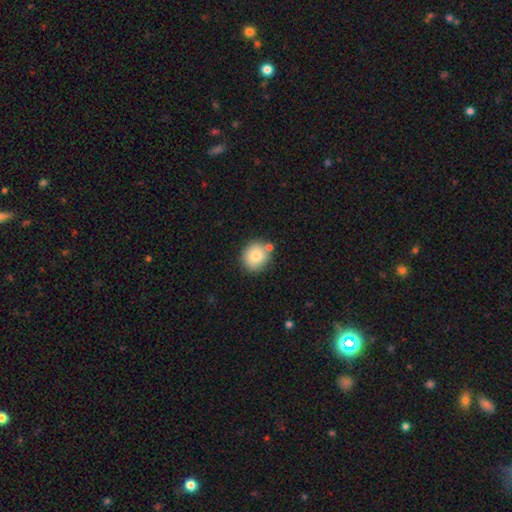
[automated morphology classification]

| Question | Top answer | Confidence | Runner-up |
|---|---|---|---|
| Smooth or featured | smooth | 81% | featured or disk (10%) |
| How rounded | round | 83% | in between (16%) |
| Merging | none | 74% | minor disturbance (12%) |